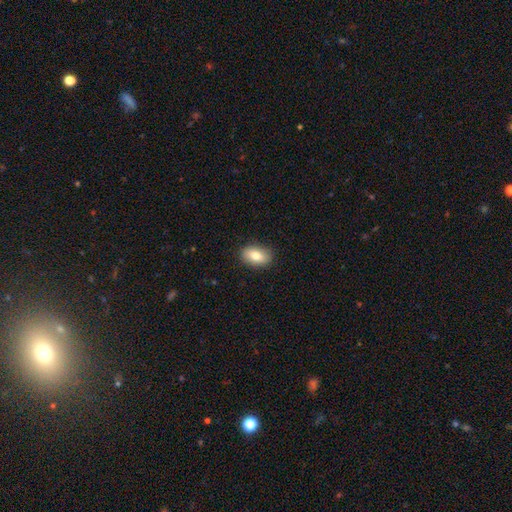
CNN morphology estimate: Smooth or featured? smooth (78%)
How rounded? in between (86%)
Merging? none (88%)